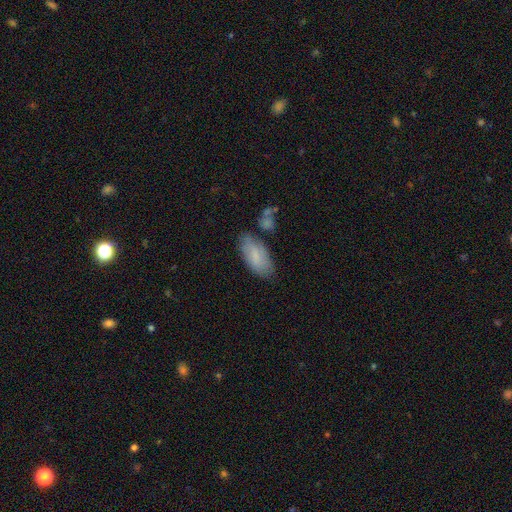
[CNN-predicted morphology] type=smooth (78%); roundness=in between (89%); merging=none (70%).